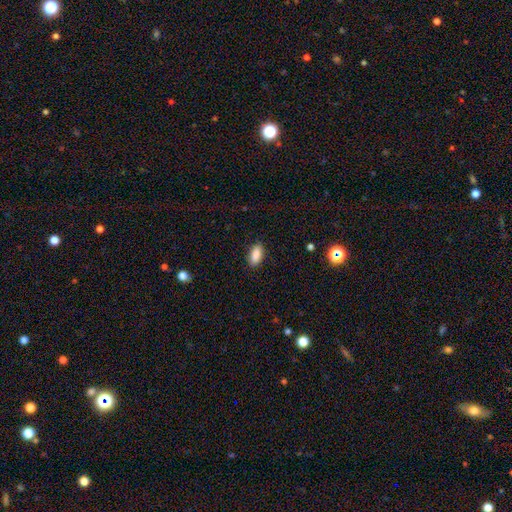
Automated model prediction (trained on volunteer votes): A smooth galaxy with no disk features (88%) that is in between round and cigar-shaped (89%). Merging: none (87%).